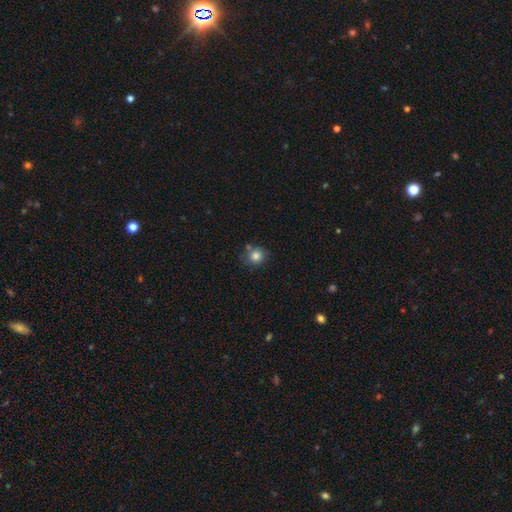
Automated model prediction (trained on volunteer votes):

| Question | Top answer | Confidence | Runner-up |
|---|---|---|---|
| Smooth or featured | smooth | 83% | star or artifact (10%) |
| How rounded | round | 85% | in between (15%) |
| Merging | none | 69% | minor disturbance (17%) |